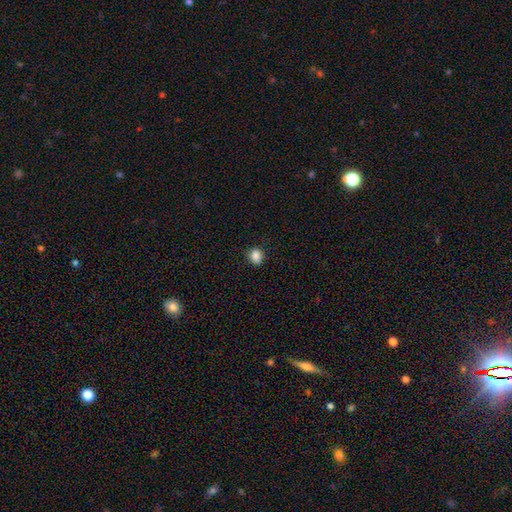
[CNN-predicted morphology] Smooth or featured: smooth — 86% (star or artifact — 10%)
How rounded: round — 70% (in between — 29%)
Merging: none — 86% (minor disturbance — 11%)